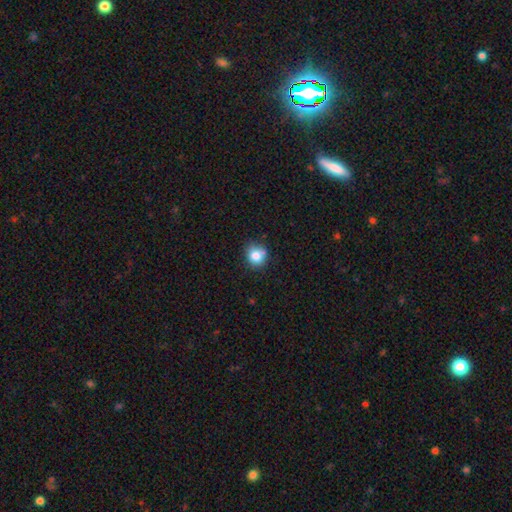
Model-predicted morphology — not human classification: smooth 81%, star or artifact 11%, featured or disk 8%. Down the decision tree: how rounded — round (82%); merging — none (71%).